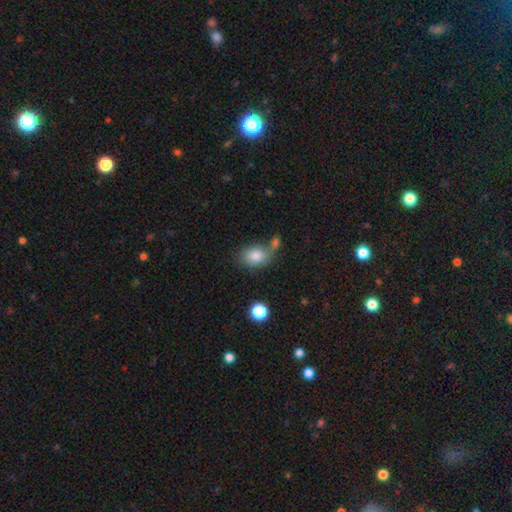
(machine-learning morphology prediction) Smooth or featured? smooth (82%)
How rounded? in between (75%)
Merging? none (53%)